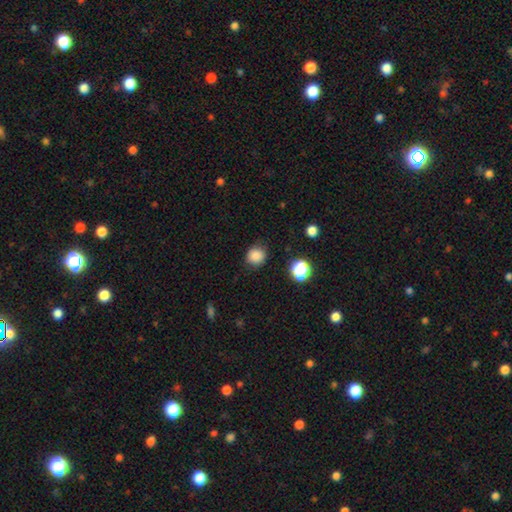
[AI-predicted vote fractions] Q: Smooth or featured?
A: smooth (85%); runner-up: star or artifact (12%)
Q: How rounded?
A: round (86%); runner-up: in between (13%)
Q: Merging?
A: none (84%); runner-up: minor disturbance (11%)